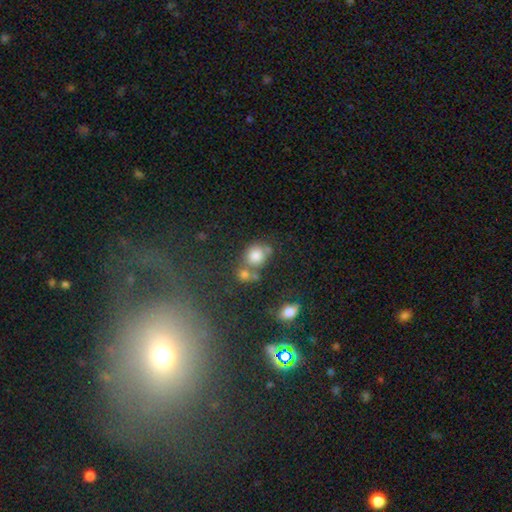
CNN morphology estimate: Smooth or featured: smooth — 78% (star or artifact — 13%)
How rounded: round — 72% (in between — 27%)
Merging: none — 49% (merger — 32%)